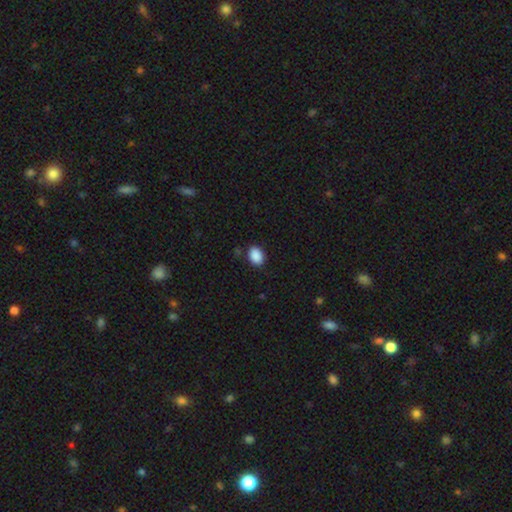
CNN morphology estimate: Smooth or featured?
  - smooth: 89% *
  - star or artifact: 8%
  - featured or disk: 3%
How rounded?
  - in between: 74% *
  - round: 25%
  - cigar-shaped: 1%
Merging?
  - none: 85% *
  - minor disturbance: 11%
  - major disturbance: 2%
  - merger: 2%